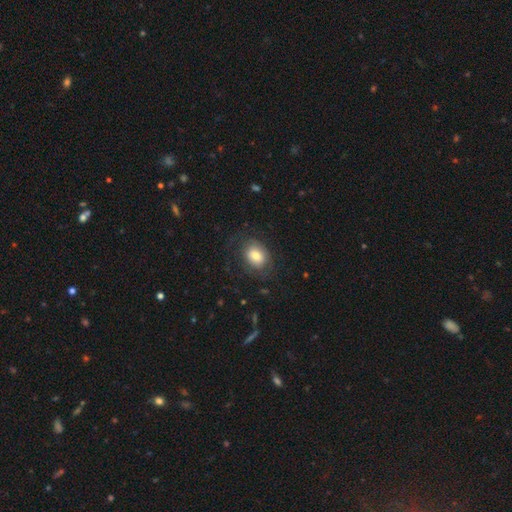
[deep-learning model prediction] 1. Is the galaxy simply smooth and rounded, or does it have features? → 71% smooth, 21% featured or disk, 8% star or artifact.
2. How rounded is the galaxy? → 64% in between, 35% round, 1% cigar-shaped.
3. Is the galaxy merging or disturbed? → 68% none, 18% minor disturbance, 13% major disturbance, 1% merger.